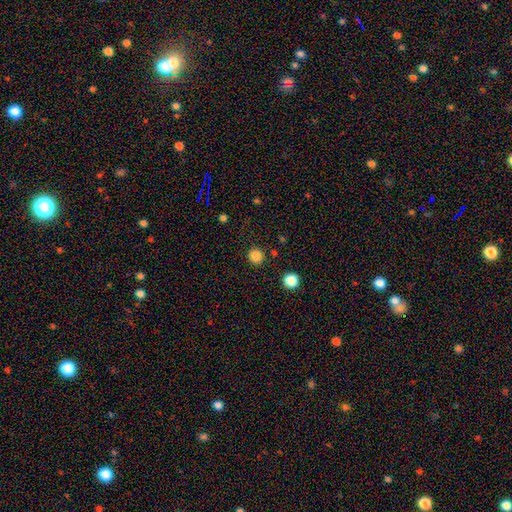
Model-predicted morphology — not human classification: Q: Smooth or featured?
A: smooth (84%); runner-up: star or artifact (13%)
Q: How rounded?
A: round (93%); runner-up: in between (6%)
Q: Merging?
A: none (89%); runner-up: minor disturbance (6%)